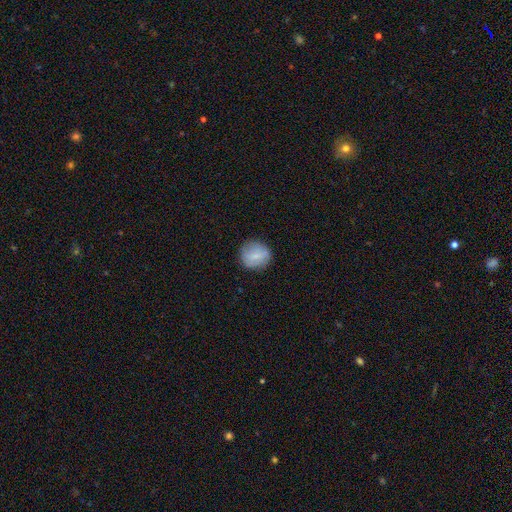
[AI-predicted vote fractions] Smooth or featured? smooth (70%)
How rounded? round (84%)
Merging? none (82%)